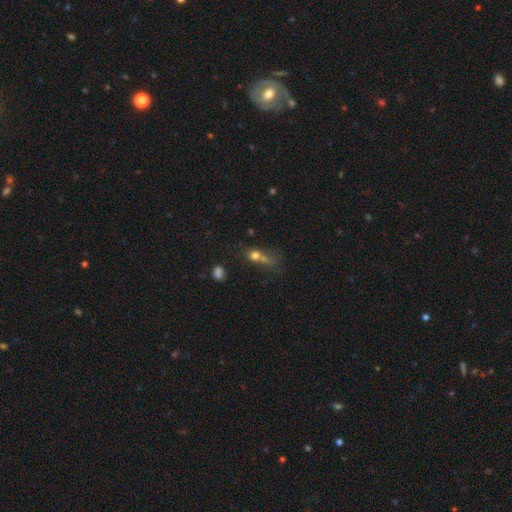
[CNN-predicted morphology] Smooth or featured: smooth — 68% (star or artifact — 16%)
How rounded: round — 66% (in between — 29%)
Merging: merger — 48% (none — 30%)